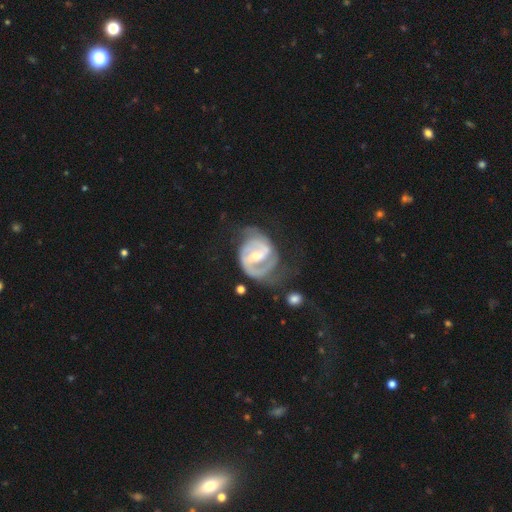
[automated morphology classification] Q: Smooth or featured?
A: featured or disk (89%); runner-up: smooth (7%)
Q: Edge-on disk?
A: no (98%); runner-up: yes (2%)
Q: Bar?
A: strong (44%); runner-up: weak (43%)
Q: Spiral arms?
A: yes (95%); runner-up: no (5%)
Q: Spiral winding?
A: medium (45%); runner-up: tight (40%)
Q: Spiral arm count?
A: 2 (79%); runner-up: can't tell (7%)
Q: Bulge size?
A: moderate (54%); runner-up: small (41%)
Q: Merging?
A: none (53%); runner-up: minor disturbance (23%)